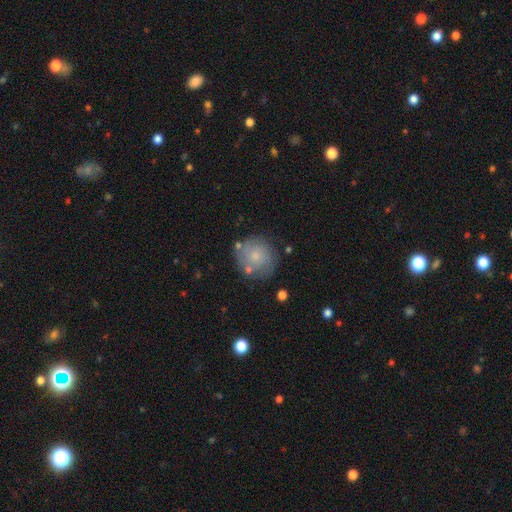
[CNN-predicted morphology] Q: Smooth or featured?
A: smooth (64%); runner-up: featured or disk (28%)
Q: How rounded?
A: round (89%); runner-up: in between (10%)
Q: Merging?
A: none (71%); runner-up: minor disturbance (17%)